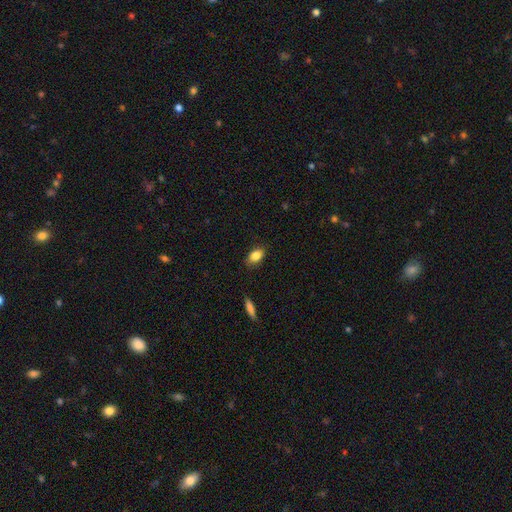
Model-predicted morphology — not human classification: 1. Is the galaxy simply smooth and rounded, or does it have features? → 85% smooth, 8% star or artifact, 7% featured or disk.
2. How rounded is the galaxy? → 86% in between, 10% round, 3% cigar-shaped.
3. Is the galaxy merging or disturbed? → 83% none, 13% minor disturbance, 3% major disturbance, 1% merger.